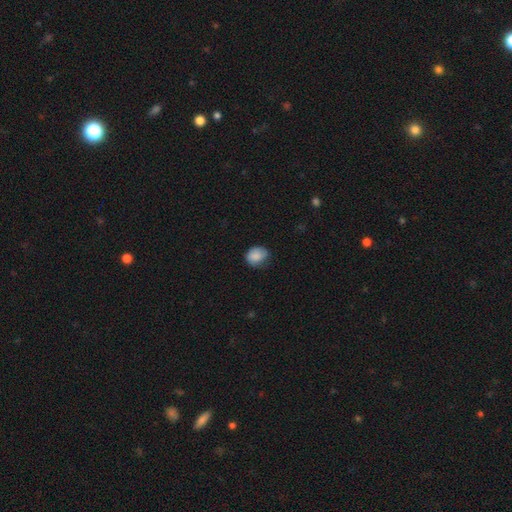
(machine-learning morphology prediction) Overall: smooth (84%). How rounded: round (54%; in between 45%). Merging: none (63%; minor disturbance 29%).